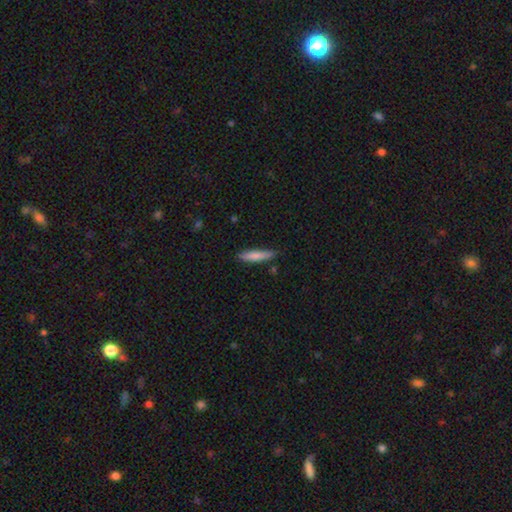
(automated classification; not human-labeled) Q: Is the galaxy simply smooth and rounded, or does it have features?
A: smooth — 80%.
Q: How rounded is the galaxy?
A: cigar-shaped — 86%.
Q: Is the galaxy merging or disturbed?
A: none — 80%.